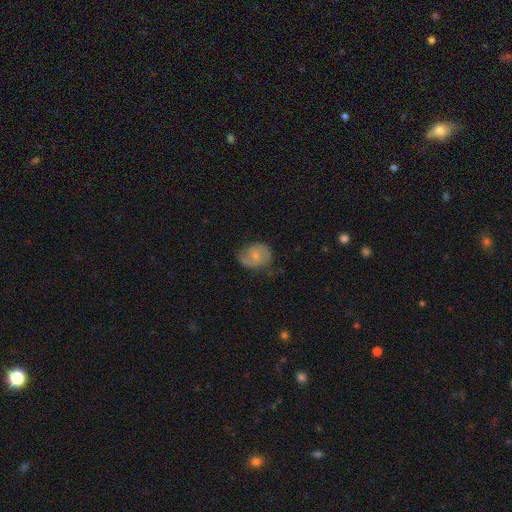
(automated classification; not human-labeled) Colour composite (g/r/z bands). It shows a smooth galaxy with no disk features (48%). Merging: none (59%).